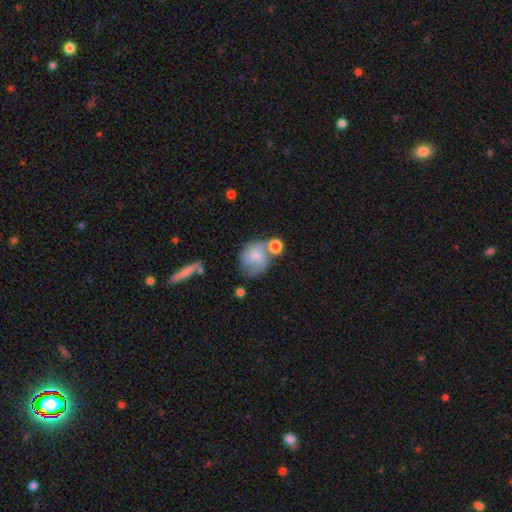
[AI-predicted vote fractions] The model was most divided on "smooth or featured": smooth: 53%, featured or disk: 38%, star or artifact: 9%. Remaining: how rounded — round (62%); merging — none (40%).